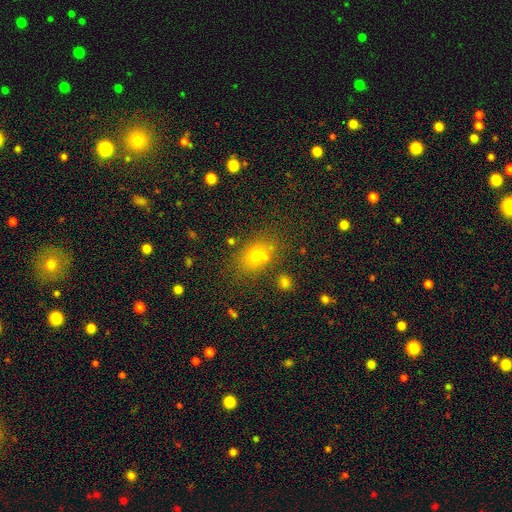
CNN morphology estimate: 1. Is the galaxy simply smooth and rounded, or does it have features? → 69% smooth, 17% star or artifact, 14% featured or disk.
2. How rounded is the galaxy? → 64% in between, 34% round, 2% cigar-shaped.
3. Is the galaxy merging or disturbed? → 62% none, 18% minor disturbance, 13% merger, 7% major disturbance.